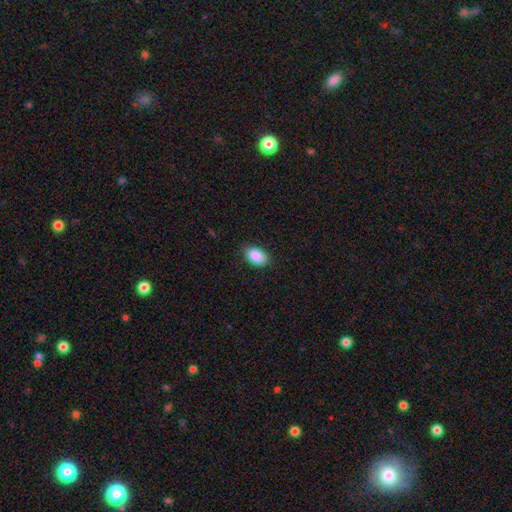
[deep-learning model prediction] Smooth or featured? Predicted: smooth (p=0.88). How rounded? Predicted: in between (p=0.91). Merging? Predicted: none (p=0.84).